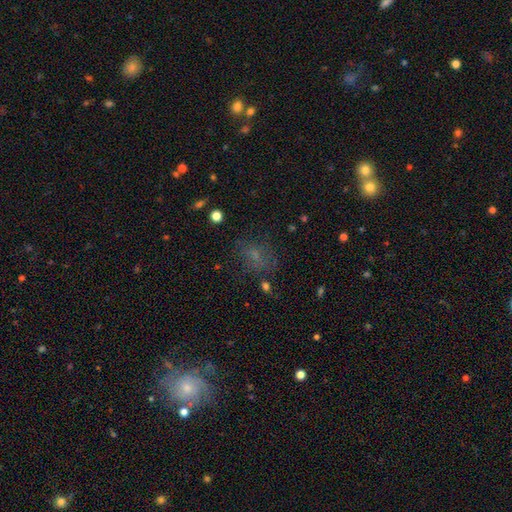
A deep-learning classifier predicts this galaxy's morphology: This is possibly a smooth galaxy (51%). How rounded: likely in between (64%). Merging: possibly none (60%).